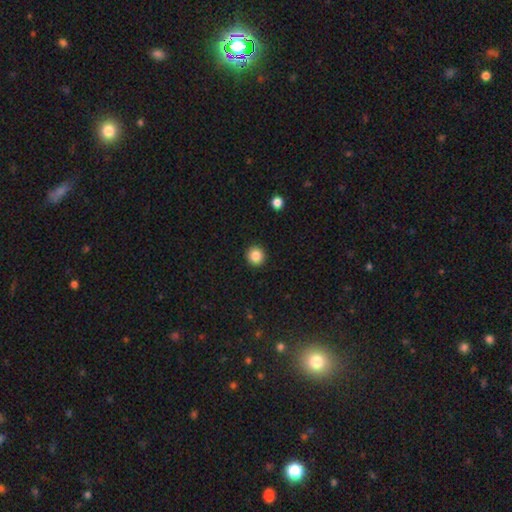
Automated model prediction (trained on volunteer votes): This appears to be a smooth galaxy with no disk features (85%) that is round (93%). Merging: none (92%).